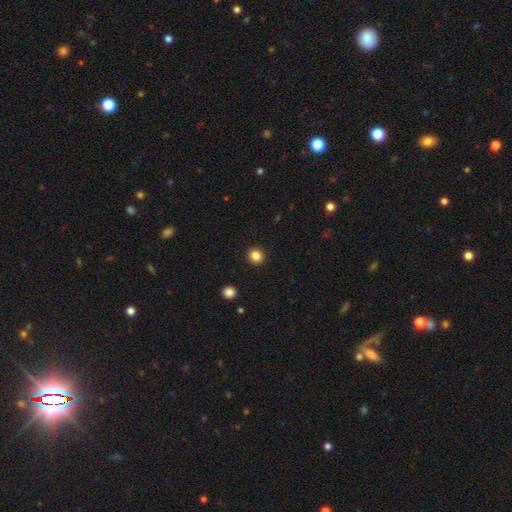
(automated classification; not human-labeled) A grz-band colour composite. It shows a smooth galaxy with no disk features (85%) that is round (87%). Merging: none (93%).